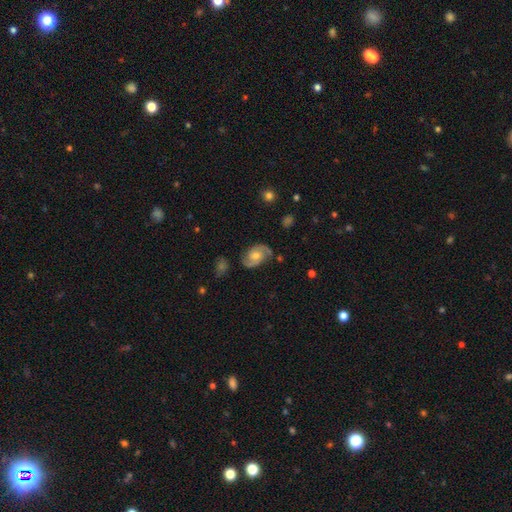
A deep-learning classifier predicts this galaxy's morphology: A featured or disk galaxy (80%) with no bar (69%), 2 (90%) medium (49%) spiral arms (94%) and a moderate central bulge (70%). Merging: none (75%).